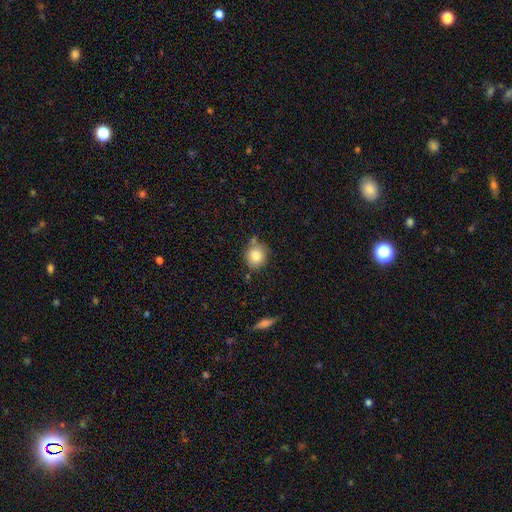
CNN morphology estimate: This is clearly a smooth galaxy (82%). How rounded: clearly round (81%). Merging: likely none (73%).